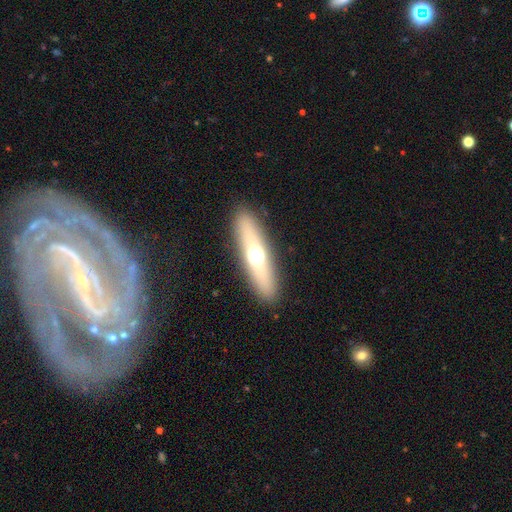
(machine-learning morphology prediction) smooth 49%, featured or disk 42%, star or artifact 9%. Down the decision tree: merging — none (89%).